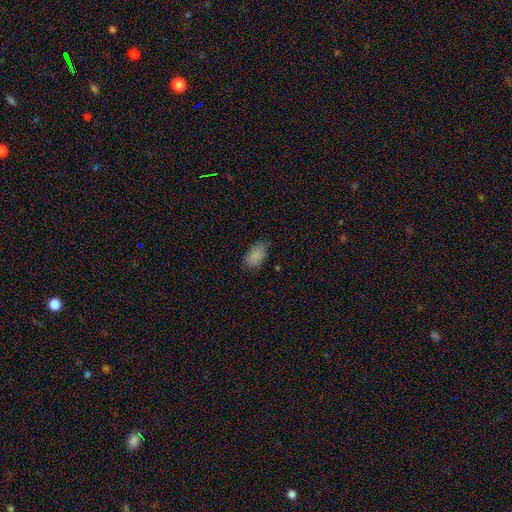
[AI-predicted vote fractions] Q: Smooth or featured?
A: smooth (86%); runner-up: star or artifact (9%)
Q: How rounded?
A: in between (93%); runner-up: round (6%)
Q: Merging?
A: none (72%); runner-up: minor disturbance (23%)